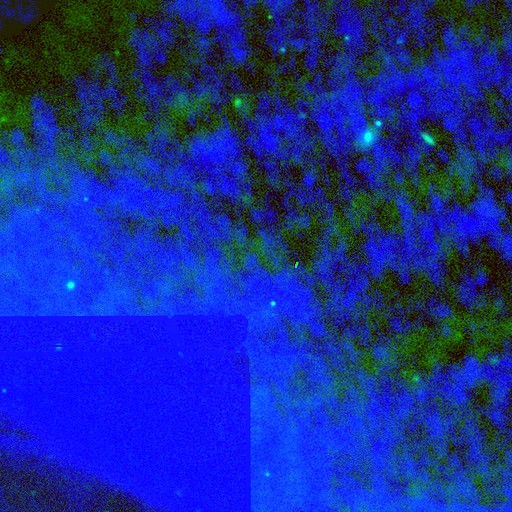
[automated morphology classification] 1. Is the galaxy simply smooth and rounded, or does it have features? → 82% star or artifact, 9% smooth, 8% featured or disk.